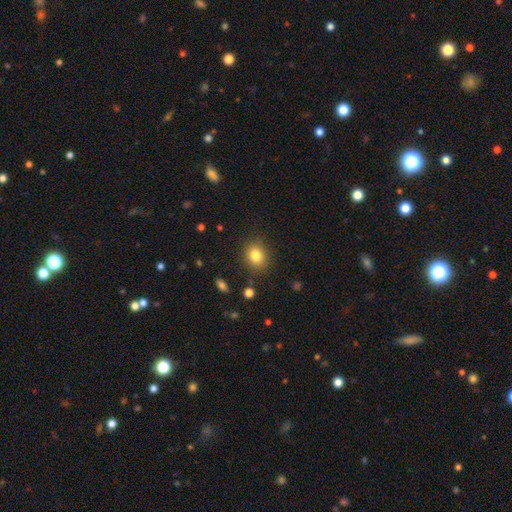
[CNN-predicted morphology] This appears to be a smooth galaxy with no disk features (81%) that is round (67%). Merging: none (86%).